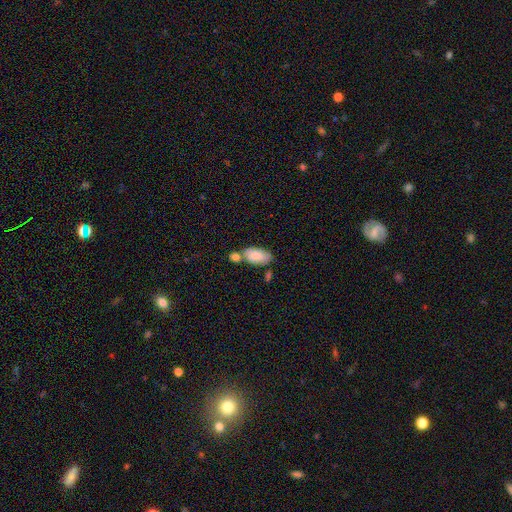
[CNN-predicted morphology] The model was most divided on "merging": none: 47%, merger: 33%, minor disturbance: 15%, major disturbance: 5%. More confident: how rounded — in between (94%); smooth or featured — smooth (85%).